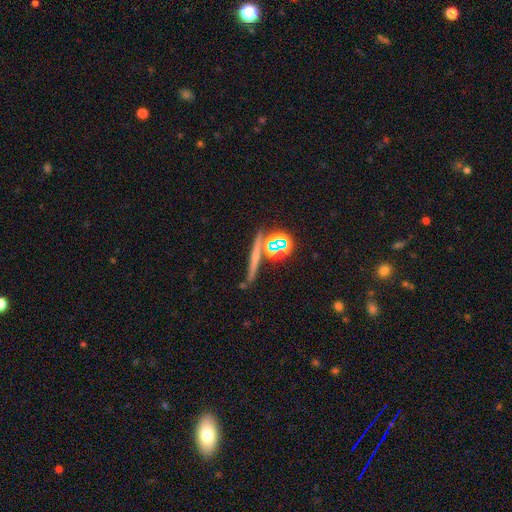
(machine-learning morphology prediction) Smooth or featured? Predicted: star or artifact (p=0.35, tied with smooth).